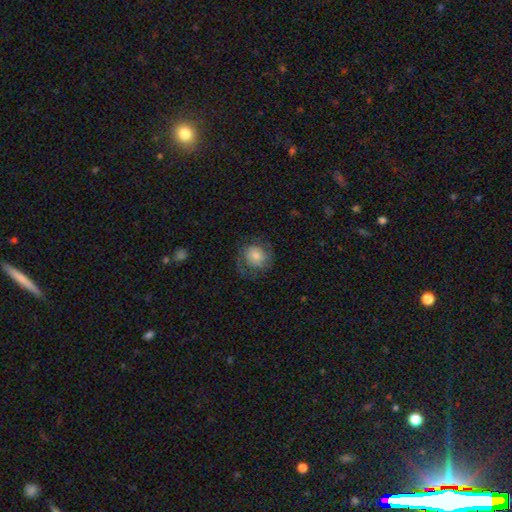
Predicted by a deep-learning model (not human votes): The model was most divided on "smooth or featured" (2-way tie): smooth: 46%, featured or disk: 46%, star or artifact: 8%. More confident: merging — none (67%).